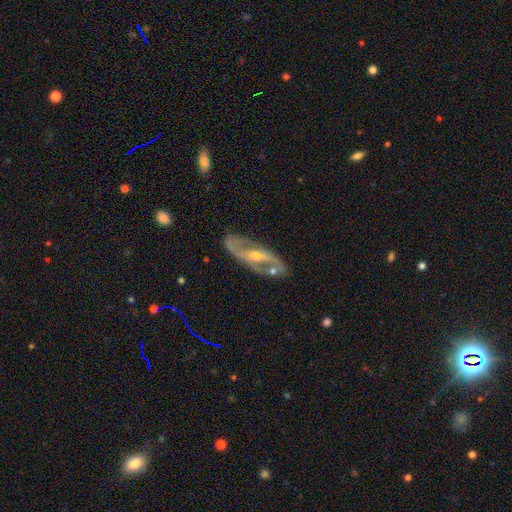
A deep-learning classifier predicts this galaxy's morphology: This appears to be a featured or disk galaxy (85%) with a weak bar (36%), 2 (89%) medium (42%) spiral arms (92%) and a small central bulge (51%). Merging: none (78%).